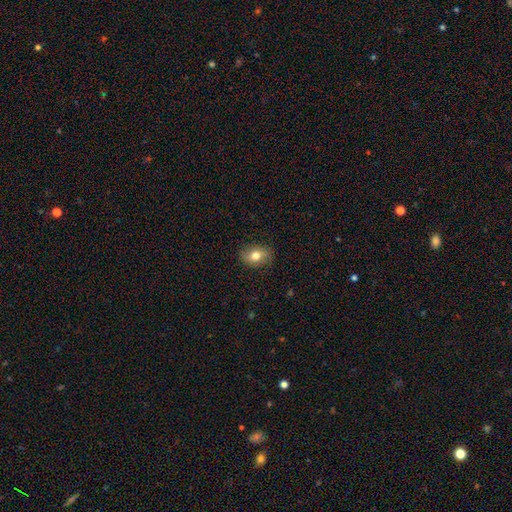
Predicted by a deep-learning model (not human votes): Overall: smooth (72%). How rounded: in between (70%). Merging: none (83%).